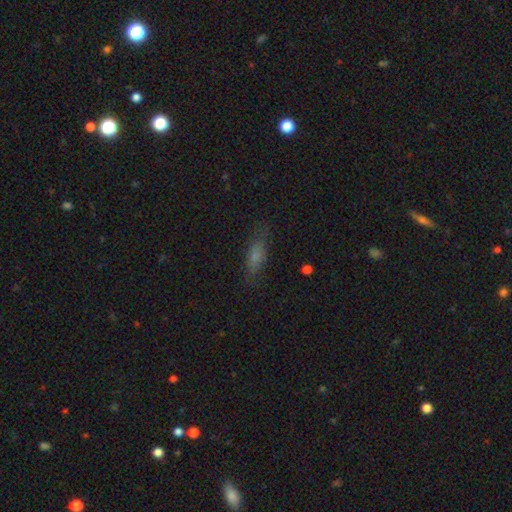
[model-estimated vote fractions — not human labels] Smooth or featured? smooth (69%)
How rounded? in between (50%)
Merging? none (77%)